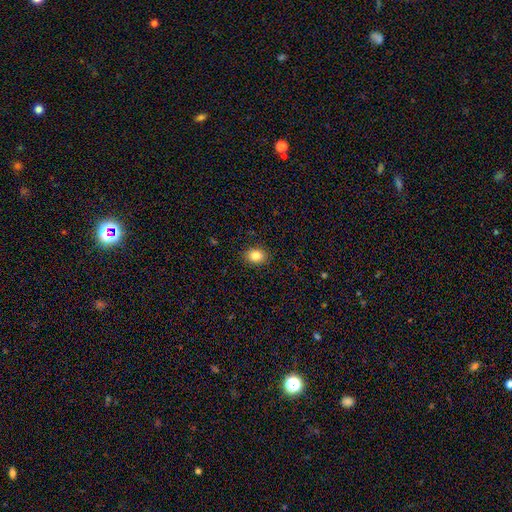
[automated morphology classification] A smooth galaxy with no disk features (84%) that is in between round and cigar-shaped (54%).

Vote fractions:
- Smooth or featured? smooth: 84% / star or artifact: 10% / featured or disk: 6%
- How rounded? in between: 54% / round: 46% / cigar-shaped: 1%
- Merging? none: 90% / minor disturbance: 7% / major disturbance: 2% / merger: 1%